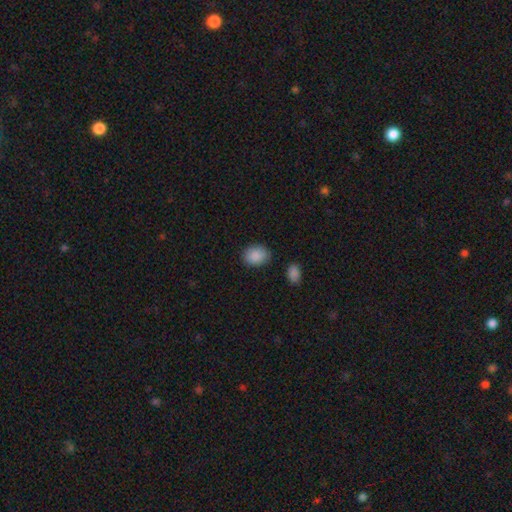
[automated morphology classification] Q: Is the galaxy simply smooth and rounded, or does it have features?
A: smooth — 89%.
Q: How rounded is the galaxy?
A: in between — 59%.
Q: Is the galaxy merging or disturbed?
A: none — 81%.